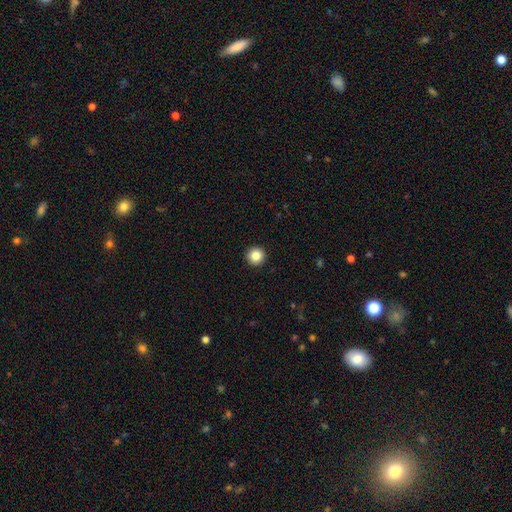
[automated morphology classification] Overall: smooth (86%). How rounded: round (96%). Merging: none (93%).